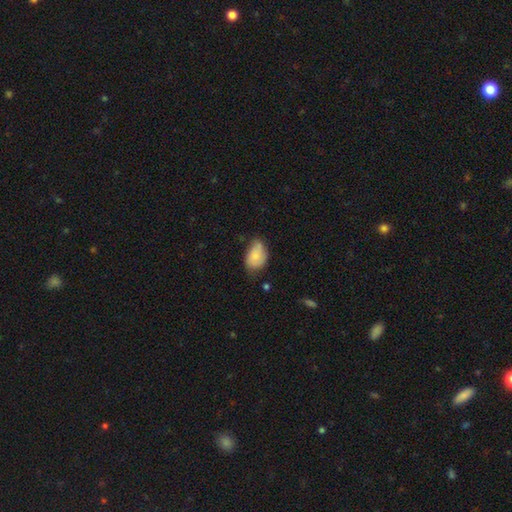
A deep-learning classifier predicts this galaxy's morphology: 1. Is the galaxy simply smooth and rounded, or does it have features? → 74% smooth, 19% featured or disk, 7% star or artifact.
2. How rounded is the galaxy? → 86% in between, 12% round, 1% cigar-shaped.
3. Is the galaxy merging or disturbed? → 47% none, 40% minor disturbance, 9% major disturbance, 3% merger.